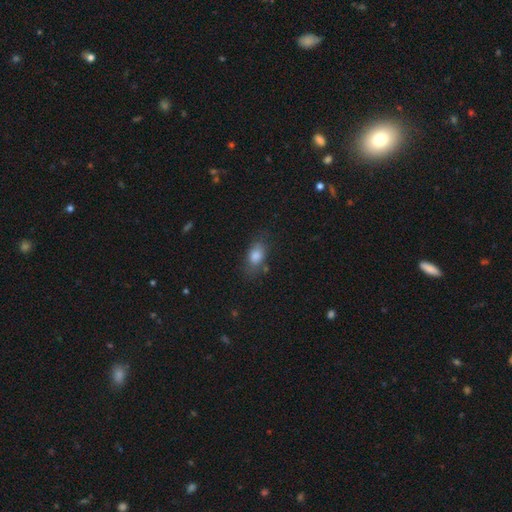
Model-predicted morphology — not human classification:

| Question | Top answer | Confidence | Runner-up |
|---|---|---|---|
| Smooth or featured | smooth | 80% | featured or disk (10%) |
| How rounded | in between | 82% | round (13%) |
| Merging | none | 71% | minor disturbance (20%) |